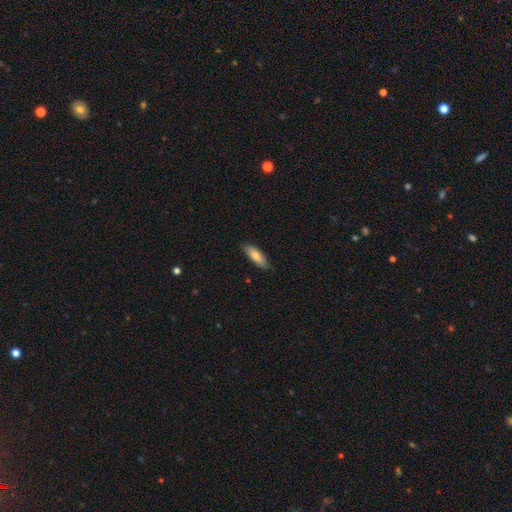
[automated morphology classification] Q: Smooth or featured?
A: smooth (77%); runner-up: featured or disk (17%)
Q: How rounded?
A: in between (54%); runner-up: cigar-shaped (44%)
Q: Merging?
A: none (86%); runner-up: minor disturbance (11%)